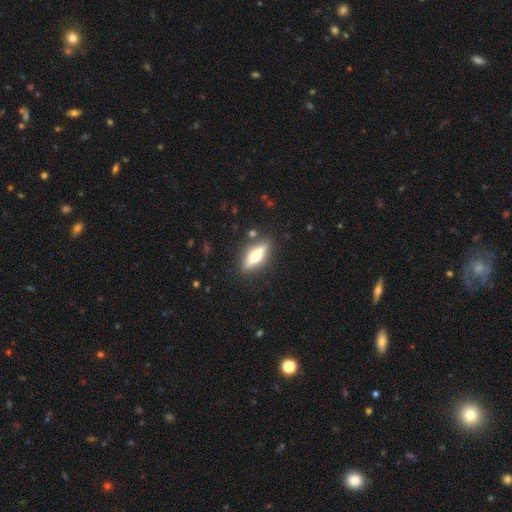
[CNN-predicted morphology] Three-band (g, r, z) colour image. It shows a smooth galaxy with no disk features (50%) that is in between round and cigar-shaped (50%). Merging: none (85%).